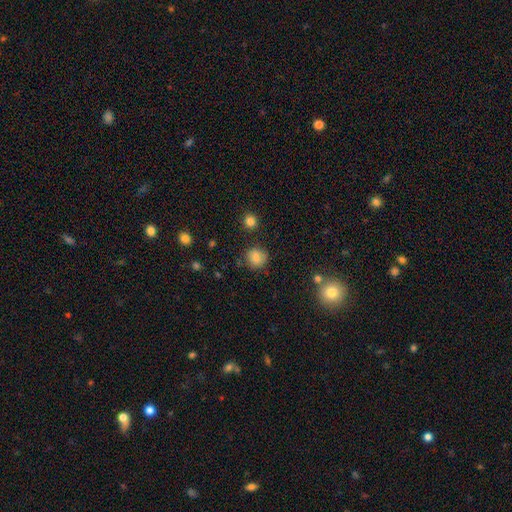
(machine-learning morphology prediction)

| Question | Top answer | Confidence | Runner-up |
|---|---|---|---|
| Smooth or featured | smooth | 82% | star or artifact (12%) |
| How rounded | round | 88% | in between (11%) |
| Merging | none | 84% | minor disturbance (11%) |